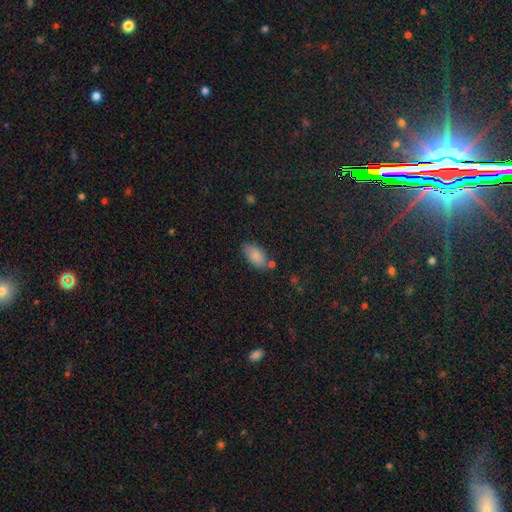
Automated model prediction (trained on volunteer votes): Overall: smooth (85%). How rounded: in between (92%). Merging: none (69%).